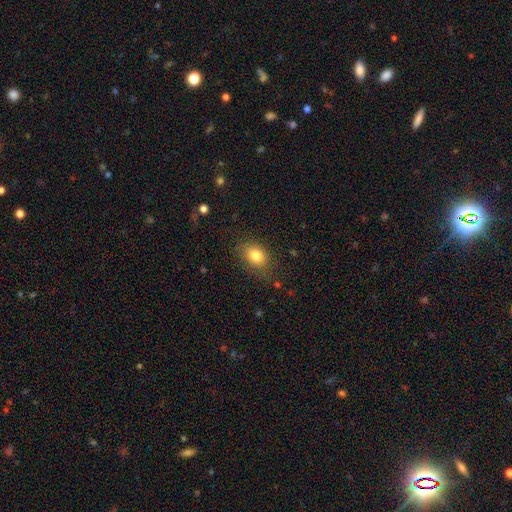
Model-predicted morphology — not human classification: This is clearly a smooth galaxy (81%). How rounded: likely in between (69%). Merging: likely none (78%).